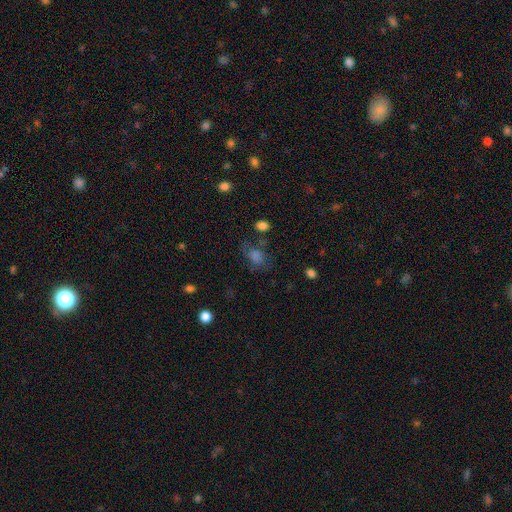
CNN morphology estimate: Smooth or featured? Predicted: smooth (p=0.56). How rounded? Predicted: in between (p=0.59). Merging? Predicted: none (p=0.55).